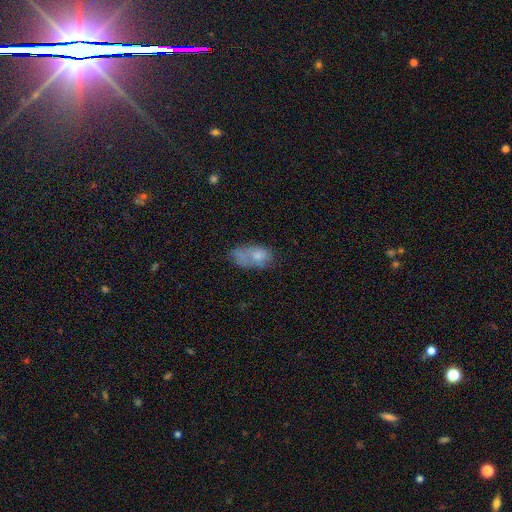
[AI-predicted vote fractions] smooth 63%, featured or disk 26%, star or artifact 11%. Down the decision tree: how rounded — in between (87%); merging — none (35%).